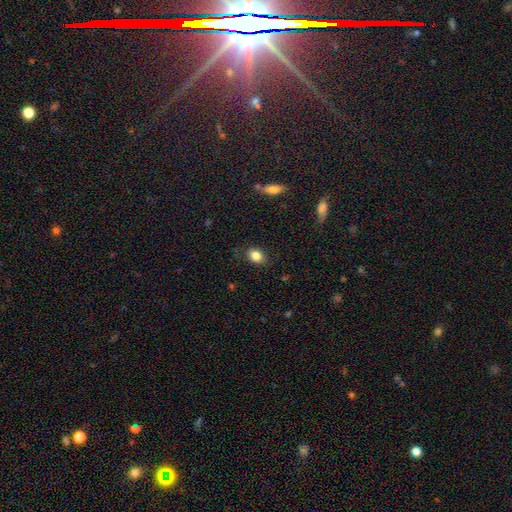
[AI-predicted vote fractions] Morphology: type=smooth (84%); roundness=in between (68%); merging=none (84%).